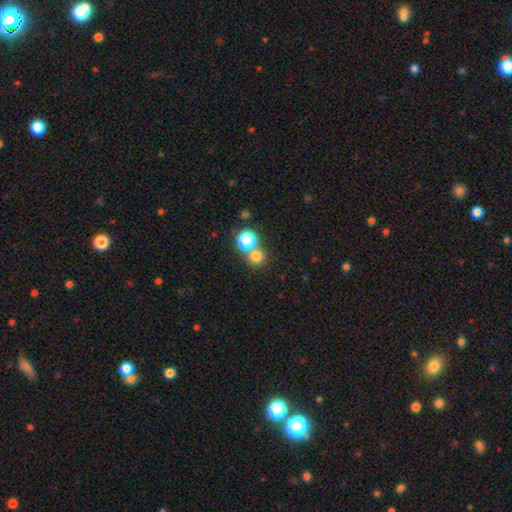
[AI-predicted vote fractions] Smooth or featured? smooth (75%)
How rounded? round (90%)
Merging? none (61%)